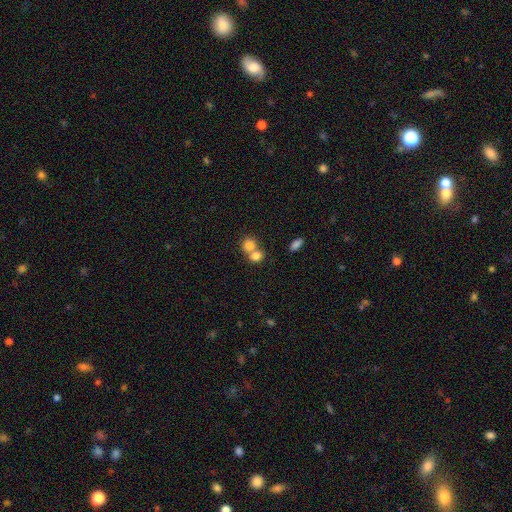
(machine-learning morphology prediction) smooth-or-featured: smooth: 80% | star or artifact: 10% | featured or disk: 10%
  how-rounded: round: 68% | in between: 31% | cigar-shaped: 1%
  merging: merger: 56% | none: 35% | minor disturbance: 6% | major disturbance: 3%